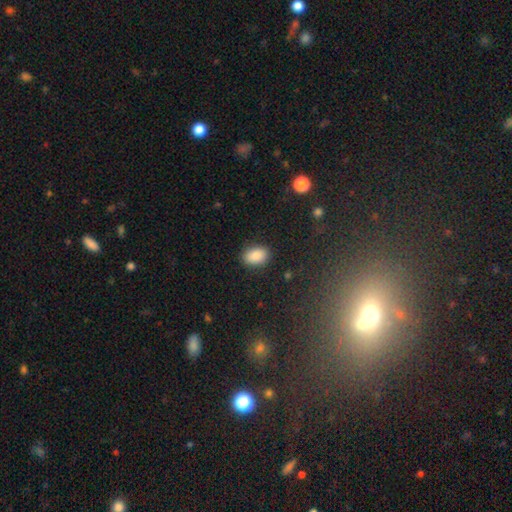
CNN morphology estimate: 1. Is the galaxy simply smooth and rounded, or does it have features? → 88% smooth, 8% star or artifact, 5% featured or disk.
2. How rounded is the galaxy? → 86% in between, 13% round, 1% cigar-shaped.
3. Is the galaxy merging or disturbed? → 87% none, 9% minor disturbance, 2% major disturbance, 1% merger.